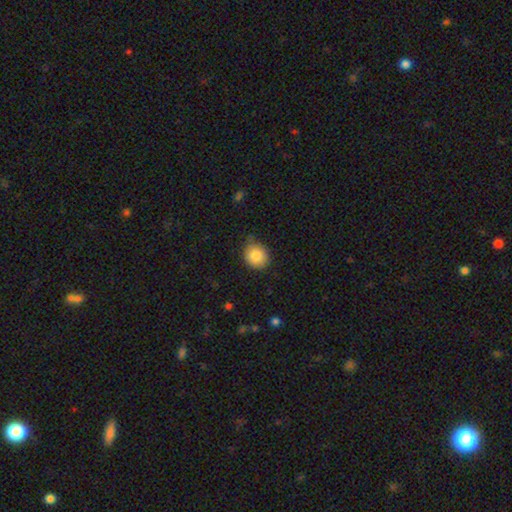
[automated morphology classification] smooth_or_featured: smooth (p=0.84) [alt: star or artifact p=0.09]
how_rounded: round (p=0.81) [alt: in between p=0.18]
merging: none (p=0.78) [alt: minor disturbance p=0.17]